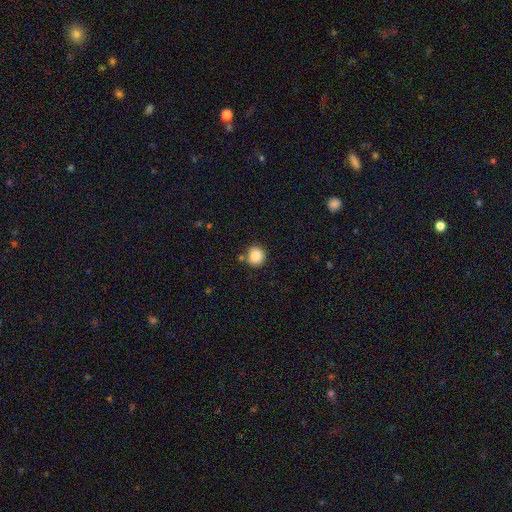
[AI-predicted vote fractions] A smooth galaxy with no disk features (88%) that is round (91%).

Vote fractions:
- Smooth or featured? smooth: 88% / star or artifact: 9% / featured or disk: 4%
- How rounded? round: 91% / in between: 8% / cigar-shaped: 1%
- Merging? none: 82% / minor disturbance: 9% / merger: 6% / major disturbance: 3%